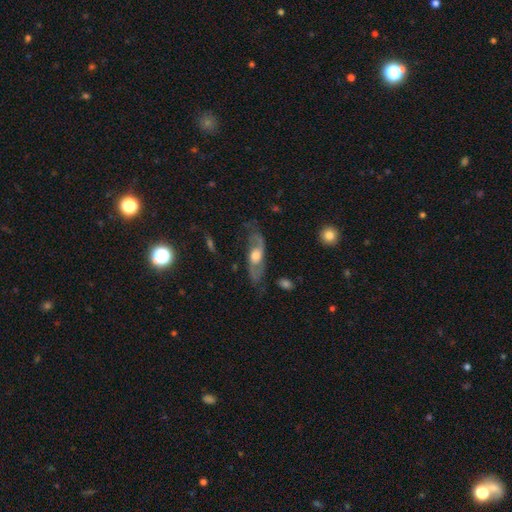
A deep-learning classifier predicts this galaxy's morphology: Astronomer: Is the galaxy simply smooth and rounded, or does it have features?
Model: featured or disk — 66%.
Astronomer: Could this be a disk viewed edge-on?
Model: no — 74%.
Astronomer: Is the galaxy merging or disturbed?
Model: none — 58%.